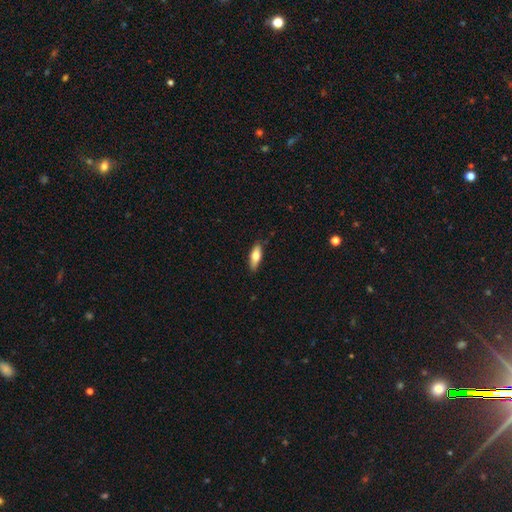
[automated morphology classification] Smooth or featured: smooth — 73% (featured or disk — 21%)
How rounded: in between — 66% (cigar-shaped — 31%)
Merging: none — 82% (minor disturbance — 15%)